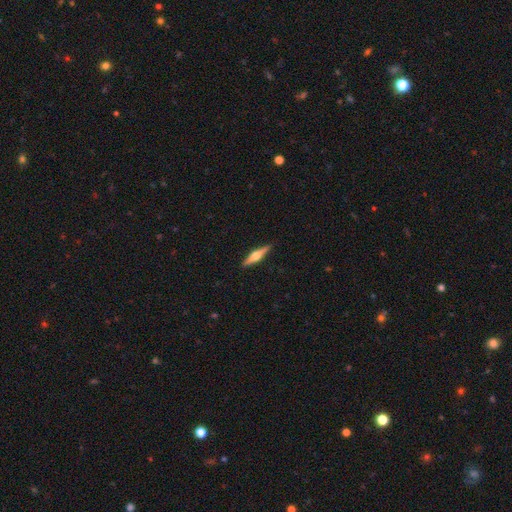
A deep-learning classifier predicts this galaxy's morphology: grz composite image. It shows a featured or disk galaxy (66%) viewed edge-on (97%) with a rounded central bulge (92%). Merging: none (91%).